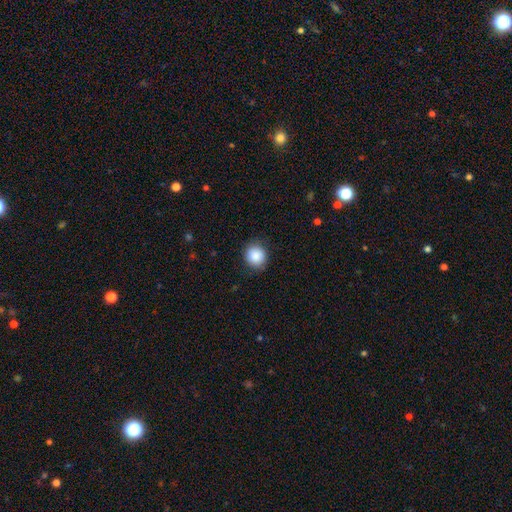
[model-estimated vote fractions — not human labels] Overall: smooth (88%). How rounded: round (87%). Merging: none (86%).